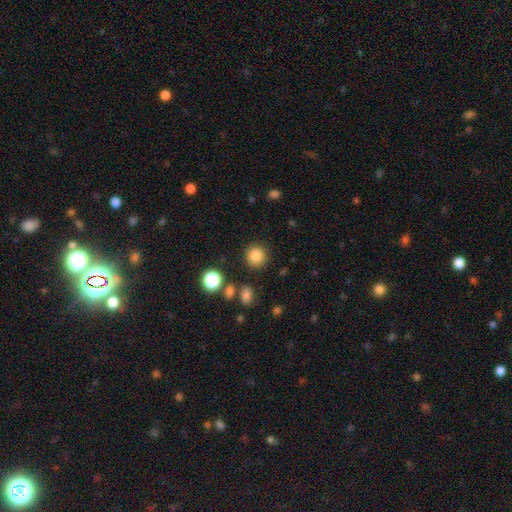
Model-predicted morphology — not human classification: Overall: smooth (84%). How rounded: round (93%). Merging: none (87%).